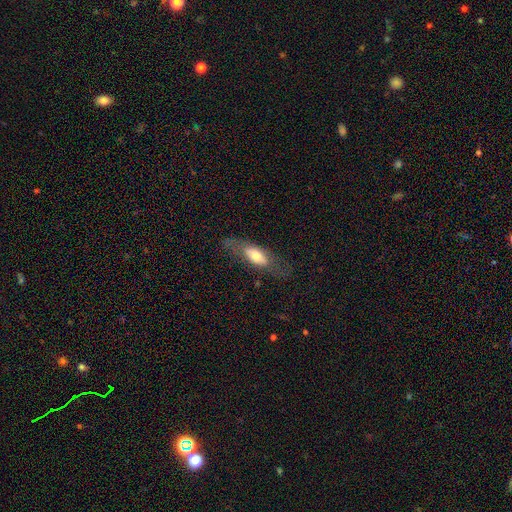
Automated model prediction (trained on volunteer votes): Smooth or featured: smooth — 57% (featured or disk — 36%)
How rounded: in between — 66% (cigar-shaped — 31%)
Merging: none — 67% (minor disturbance — 19%)